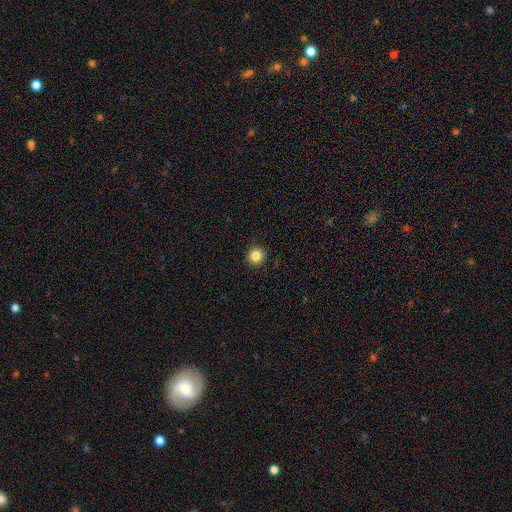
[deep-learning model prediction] smooth-or-featured: smooth: 85% | star or artifact: 11% | featured or disk: 4%
  how-rounded: round: 94% | in between: 5% | cigar-shaped: 1%
  merging: none: 92% | minor disturbance: 5% | major disturbance: 2% | merger: 1%